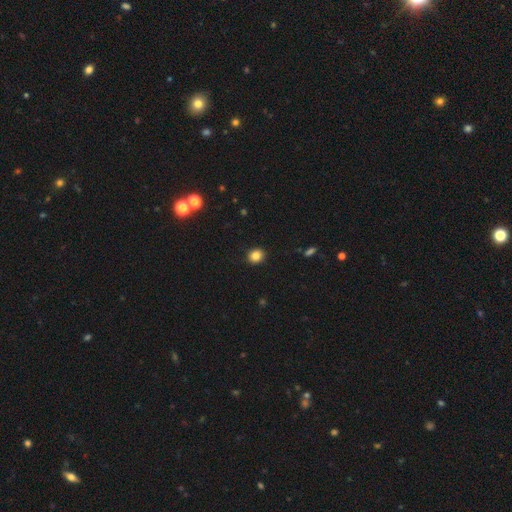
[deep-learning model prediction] smooth-or-featured: smooth: 83% | star or artifact: 11% | featured or disk: 5%
  how-rounded: round: 77% | in between: 22% | cigar-shaped: 1%
  merging: none: 91% | minor disturbance: 6% | major disturbance: 2% | merger: 1%